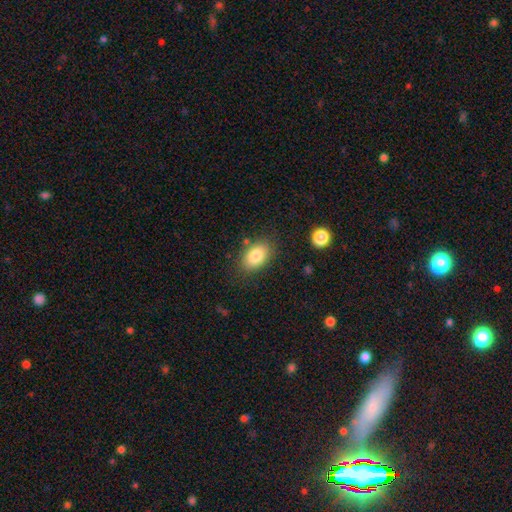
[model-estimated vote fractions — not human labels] Smooth or featured?
  - smooth: 82% *
  - featured or disk: 10%
  - star or artifact: 8%
How rounded?
  - in between: 88% *
  - round: 11%
  - cigar-shaped: 1%
Merging?
  - none: 81% *
  - minor disturbance: 13%
  - major disturbance: 4%
  - merger: 3%